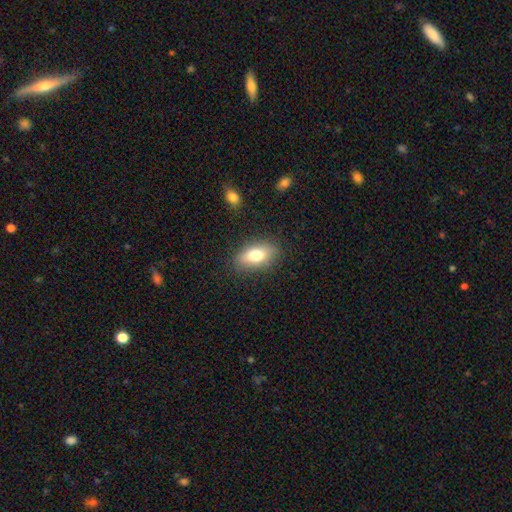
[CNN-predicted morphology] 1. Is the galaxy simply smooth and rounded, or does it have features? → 76% smooth, 16% featured or disk, 8% star or artifact.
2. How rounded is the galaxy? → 87% in between, 7% round, 6% cigar-shaped.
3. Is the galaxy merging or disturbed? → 83% none, 12% minor disturbance, 4% major disturbance, 1% merger.